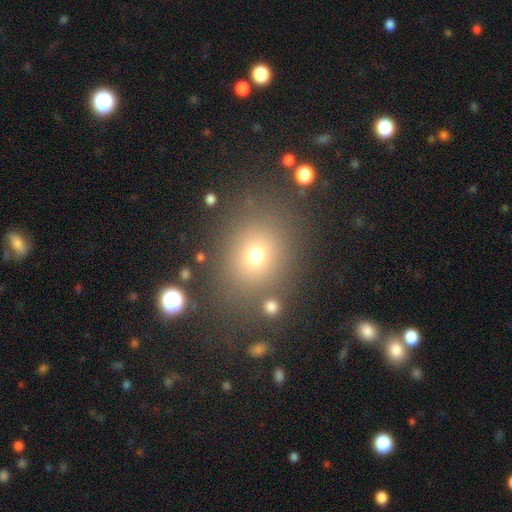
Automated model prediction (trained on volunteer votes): Overall: smooth (67%). How rounded: round (64%; in between 35%). Merging: none (82%).